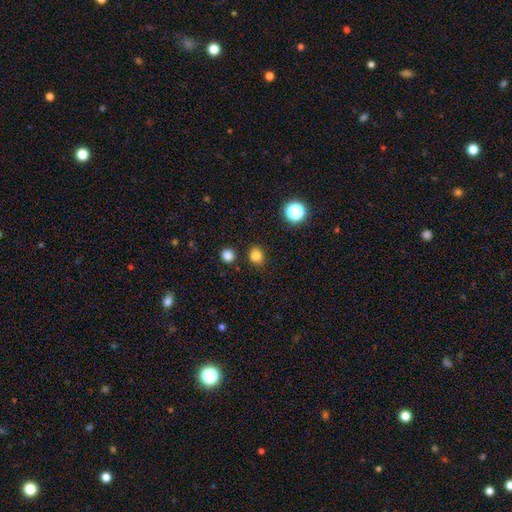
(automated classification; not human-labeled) smooth-or-featured: smooth: 81% | star or artifact: 15% | featured or disk: 4%
  how-rounded: round: 69% | in between: 30% | cigar-shaped: 1%
  merging: none: 82% | minor disturbance: 10% | merger: 5% | major disturbance: 3%